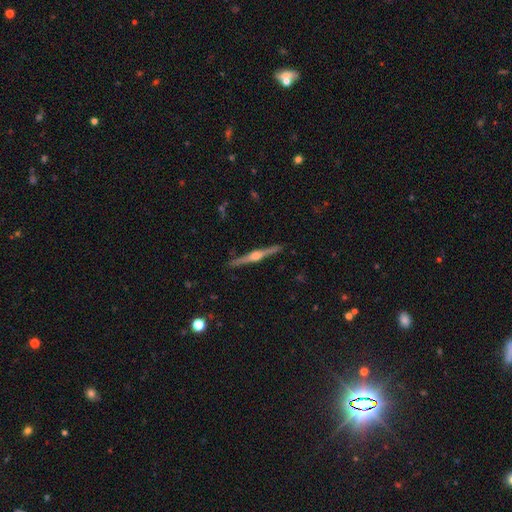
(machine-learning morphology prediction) Smooth or featured? Predicted: featured or disk (p=0.84). Edge-on disk? Predicted: yes (p=0.99). Edge-on bulge? Predicted: rounded (p=0.91). Merging? Predicted: none (p=0.92).